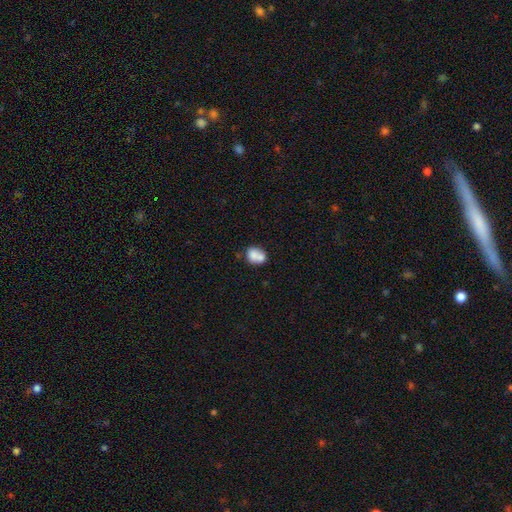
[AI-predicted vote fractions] This is likely a smooth galaxy (73%). How rounded: possibly round (56%). Merging: possibly merger (54%).